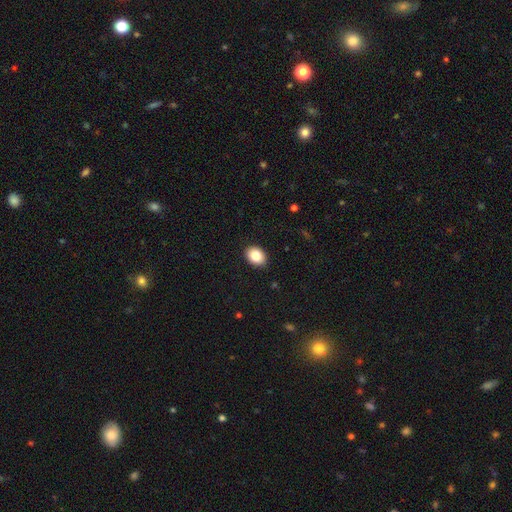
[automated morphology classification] A smooth galaxy with no disk features (85%) that is in between round and cigar-shaped (66%).

Vote fractions:
- Smooth or featured? smooth: 85% / star or artifact: 9% / featured or disk: 6%
- How rounded? in between: 66% / round: 33% / cigar-shaped: 1%
- Merging? none: 90% / minor disturbance: 8% / major disturbance: 2% / merger: 1%